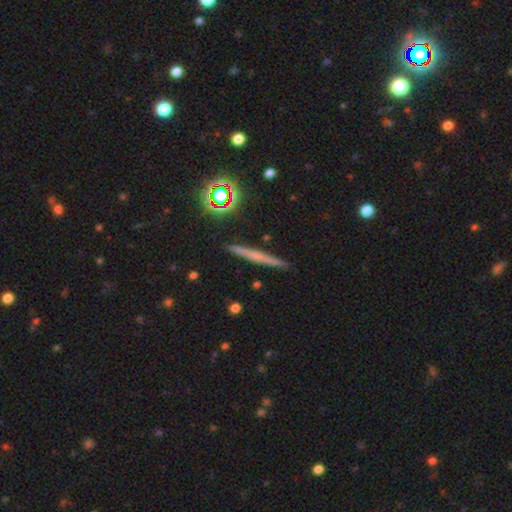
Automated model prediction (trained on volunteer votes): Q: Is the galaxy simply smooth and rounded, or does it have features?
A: featured or disk — 45%.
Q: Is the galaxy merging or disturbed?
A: none — 91%.